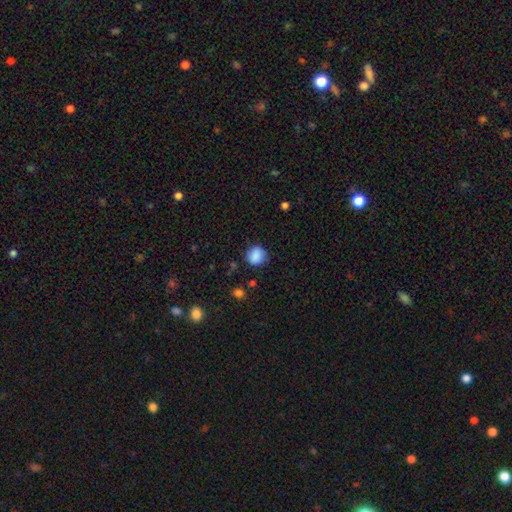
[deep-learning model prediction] This appears to be a smooth galaxy with no disk features (87%) that is round (82%). Merging: none (77%).